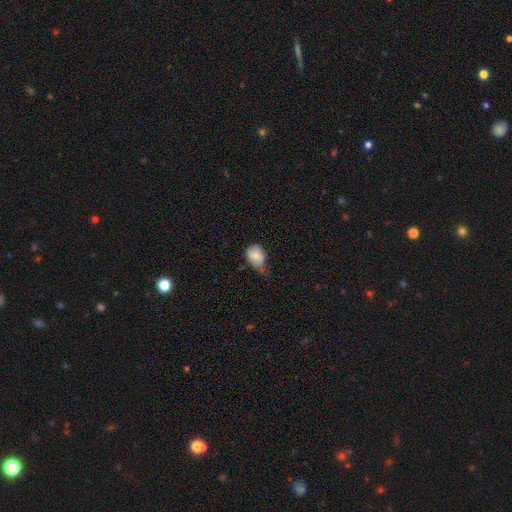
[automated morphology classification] A smooth galaxy with no disk features (74%) that is in between round and cigar-shaped (62%). Merging: minor disturbance (45%).